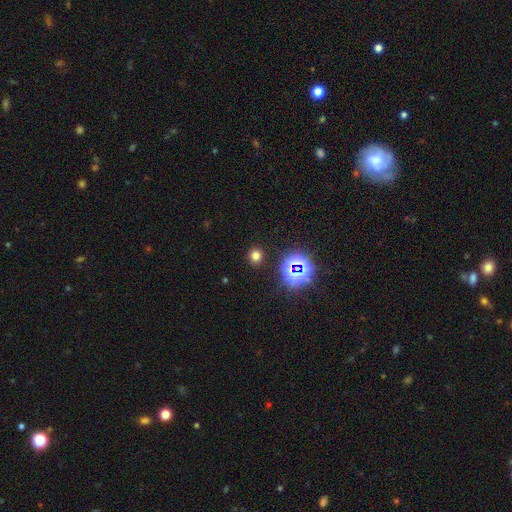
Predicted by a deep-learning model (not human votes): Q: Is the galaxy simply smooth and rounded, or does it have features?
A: smooth — 69%.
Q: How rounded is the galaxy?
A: round — 84%.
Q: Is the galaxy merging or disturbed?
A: none — 89%.